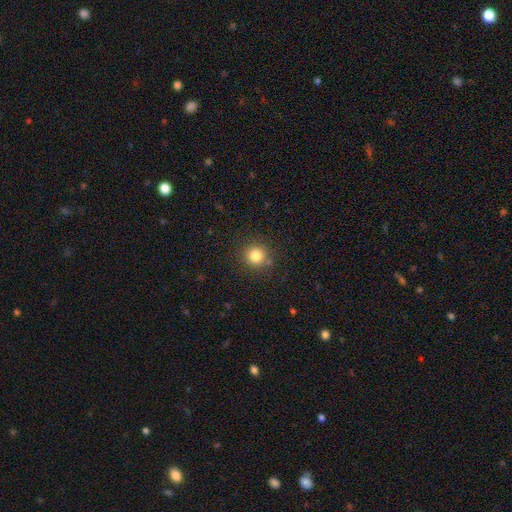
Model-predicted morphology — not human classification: A smooth galaxy with no disk features (82%) that is round (93%). Merging: none (86%).